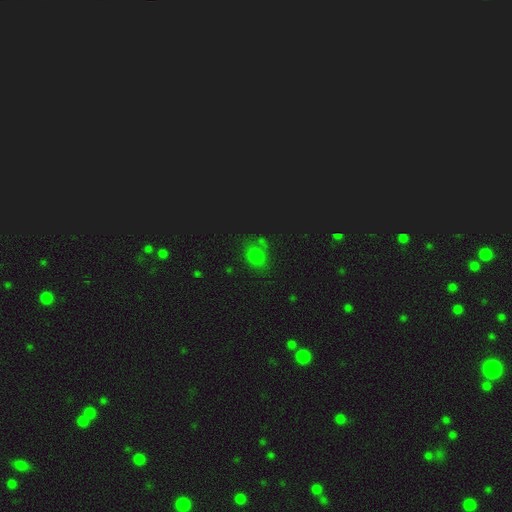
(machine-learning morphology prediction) Smooth or featured?
  - smooth: 66% *
  - star or artifact: 26%
  - featured or disk: 8%
How rounded?
  - round: 51% *
  - in between: 48%
  - cigar-shaped: 2%
Merging?
  - none: 66% *
  - minor disturbance: 19%
  - merger: 8%
  - major disturbance: 7%